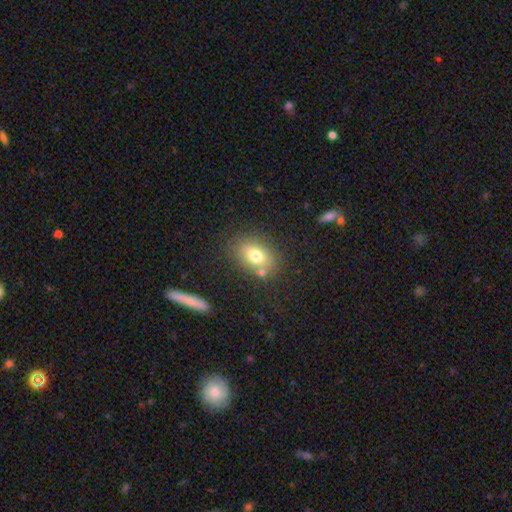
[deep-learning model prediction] Smooth or featured: smooth — 73% (featured or disk — 15%)
How rounded: in between — 70% (round — 29%)
Merging: none — 74% (minor disturbance — 13%)